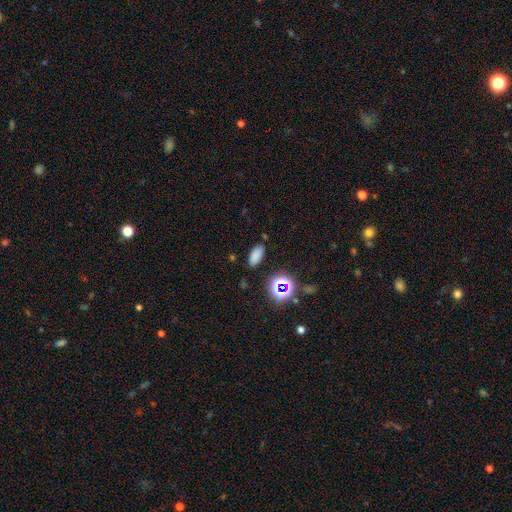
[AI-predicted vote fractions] The model was most divided on "smooth or featured": smooth: 75%, star or artifact: 19%, featured or disk: 6%. More confident: how rounded — in between (86%); merging — none (84%).